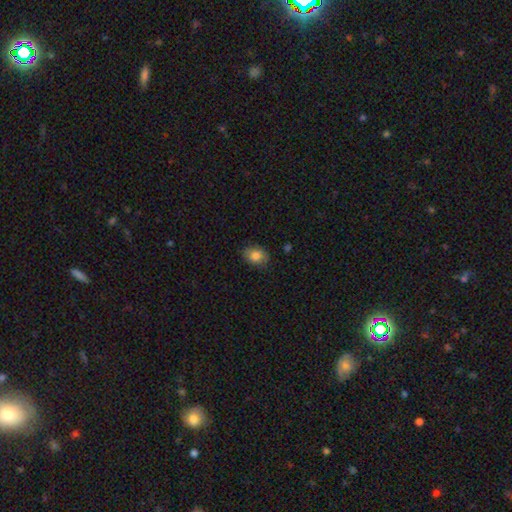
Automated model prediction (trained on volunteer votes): Morphology: type=smooth (83%); roundness=in between (64%); merging=none (79%).